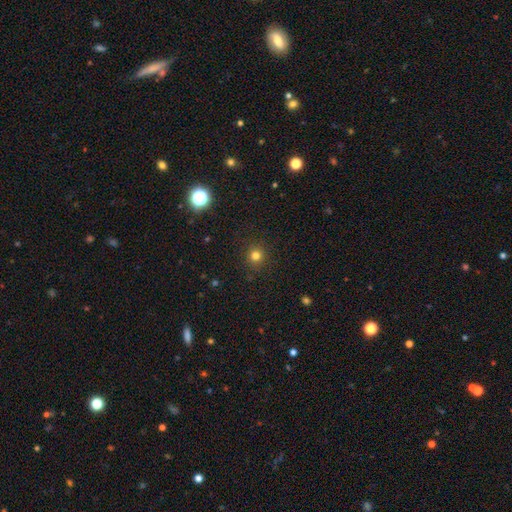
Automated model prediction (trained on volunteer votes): Smooth or featured? Predicted: smooth (p=0.79). How rounded? Predicted: round (p=0.93). Merging? Predicted: none (p=0.90).